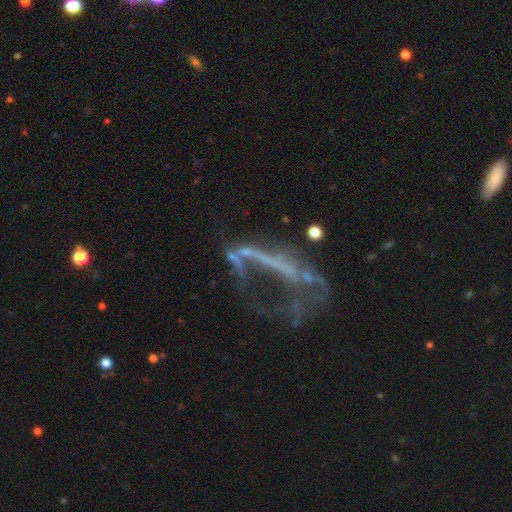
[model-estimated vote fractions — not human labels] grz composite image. It shows a featured or disk galaxy (61%) with no bar (72%), no spiral arms (81%) and no central bulge (78%). Merging: major disturbance (47%).